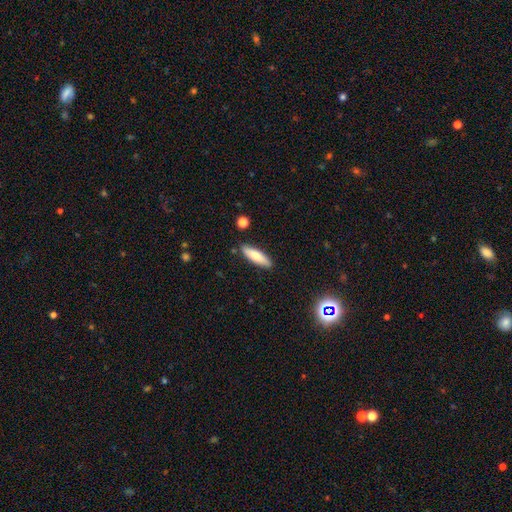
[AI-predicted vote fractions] smooth-or-featured: smooth: 75% | featured or disk: 19% | star or artifact: 6%
  how-rounded: cigar-shaped: 63% | in between: 35% | round: 2%
  merging: none: 85% | minor disturbance: 10% | merger: 2% | major disturbance: 2%